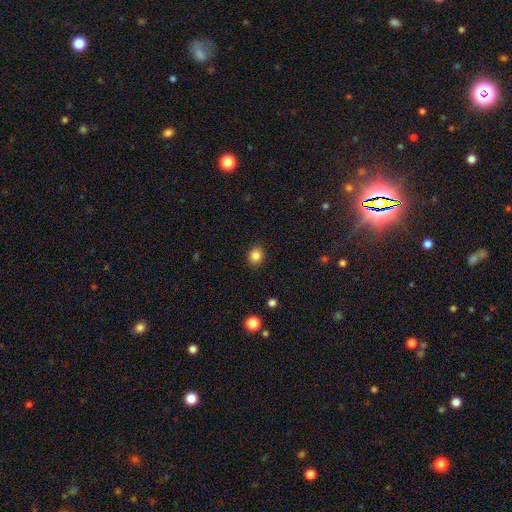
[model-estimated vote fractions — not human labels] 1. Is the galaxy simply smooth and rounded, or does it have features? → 86% smooth, 10% star or artifact, 4% featured or disk.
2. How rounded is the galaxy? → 62% round, 37% in between, 1% cigar-shaped.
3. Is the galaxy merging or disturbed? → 89% none, 8% minor disturbance, 2% major disturbance, 1% merger.